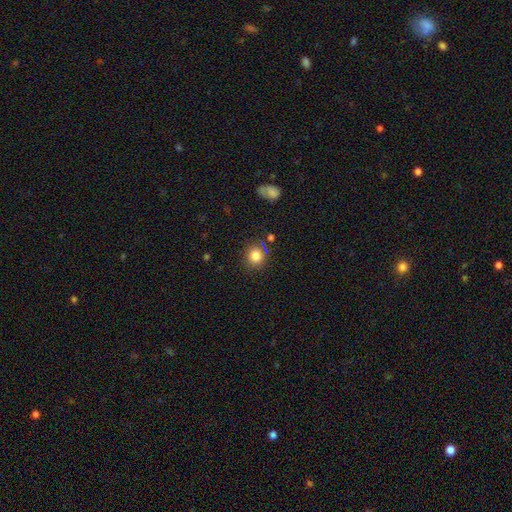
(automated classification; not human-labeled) smooth-or-featured: smooth: 82% | star or artifact: 12% | featured or disk: 6%
  how-rounded: round: 88% | in between: 11% | cigar-shaped: 1%
  merging: none: 83% | minor disturbance: 10% | merger: 4% | major disturbance: 3%